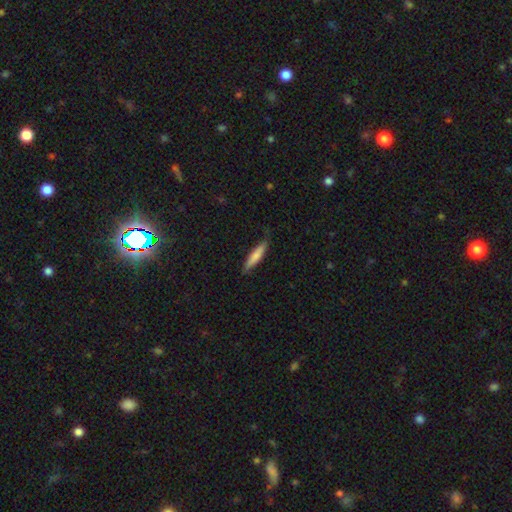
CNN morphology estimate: A smooth galaxy with no disk features (75%) that is cigar-shaped (85%).

Vote fractions:
- Smooth or featured? smooth: 75% / featured or disk: 20% / star or artifact: 5%
- How rounded? cigar-shaped: 85% / in between: 13% / round: 1%
- Merging? none: 81% / minor disturbance: 15% / major disturbance: 2% / merger: 1%